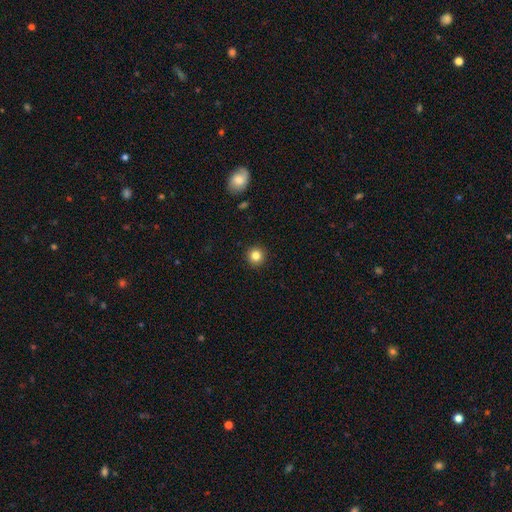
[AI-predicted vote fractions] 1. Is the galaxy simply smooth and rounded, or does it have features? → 83% smooth, 11% star or artifact, 5% featured or disk.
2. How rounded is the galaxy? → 95% round, 4% in between, 1% cigar-shaped.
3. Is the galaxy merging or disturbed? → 93% none, 4% minor disturbance, 2% major disturbance, 1% merger.